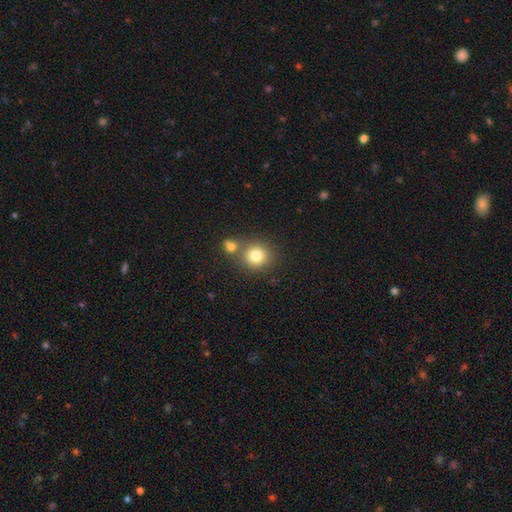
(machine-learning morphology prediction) Smooth or featured?
  - smooth: 80% *
  - star or artifact: 12%
  - featured or disk: 9%
How rounded?
  - round: 87% *
  - in between: 12%
  - cigar-shaped: 1%
Merging?
  - none: 63% *
  - merger: 25%
  - minor disturbance: 9%
  - major disturbance: 3%